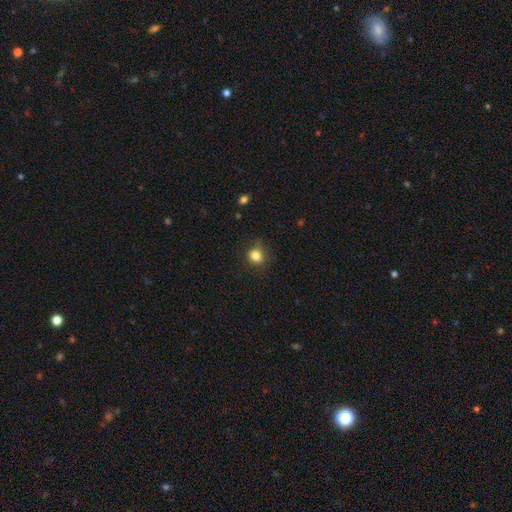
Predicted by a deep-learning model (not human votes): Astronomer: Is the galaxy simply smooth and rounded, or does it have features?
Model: smooth — 83%.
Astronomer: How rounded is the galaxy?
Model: round — 77%.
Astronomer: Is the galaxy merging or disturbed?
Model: none — 79%.